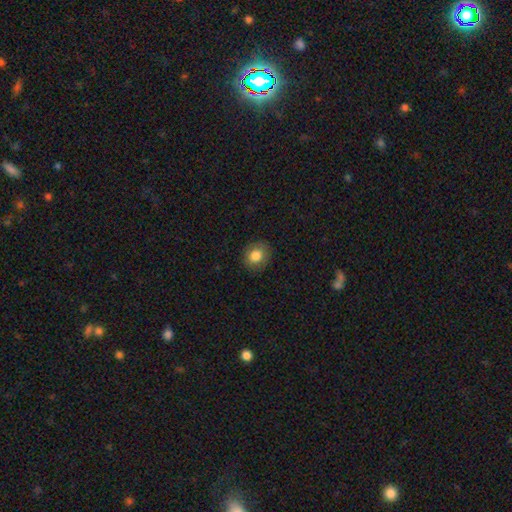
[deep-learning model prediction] A smooth galaxy with no disk features (83%) that is round (71%). Merging: none (88%).